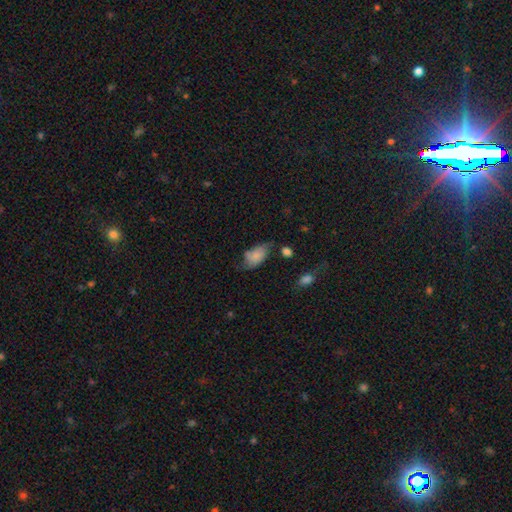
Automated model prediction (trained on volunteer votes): This is likely a smooth galaxy (68%). How rounded: clearly in between (91%). Merging: marginally none (42%).